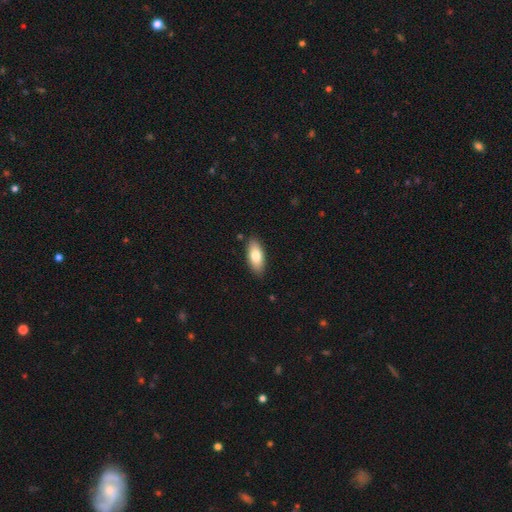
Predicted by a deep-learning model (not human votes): This appears to be a smooth galaxy with no disk features (79%) that is in between round and cigar-shaped (86%). Merging: none (87%).